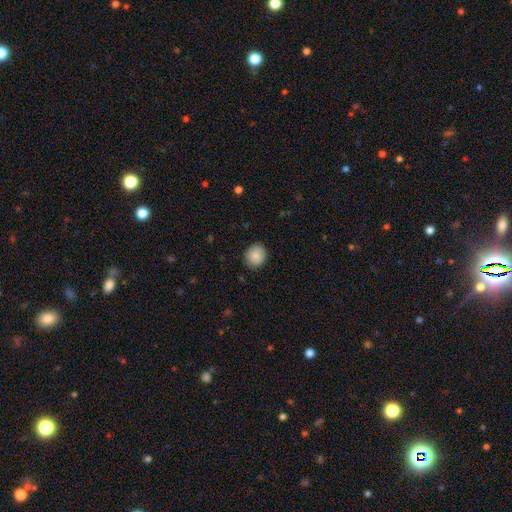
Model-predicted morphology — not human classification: Smooth or featured?
  - smooth: 88% *
  - star or artifact: 7%
  - featured or disk: 4%
How rounded?
  - round: 78% *
  - in between: 21%
  - cigar-shaped: 1%
Merging?
  - none: 87% *
  - minor disturbance: 9%
  - major disturbance: 2%
  - merger: 1%